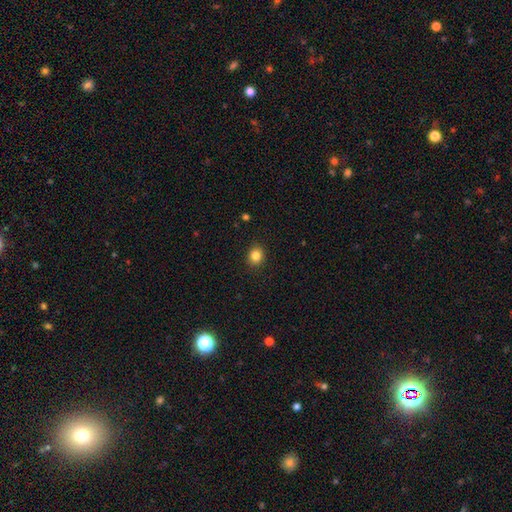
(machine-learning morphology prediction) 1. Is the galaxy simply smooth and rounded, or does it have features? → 84% smooth, 11% star or artifact, 5% featured or disk.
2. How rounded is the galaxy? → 74% round, 25% in between, 1% cigar-shaped.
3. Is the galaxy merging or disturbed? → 90% none, 7% minor disturbance, 2% major disturbance, 1% merger.